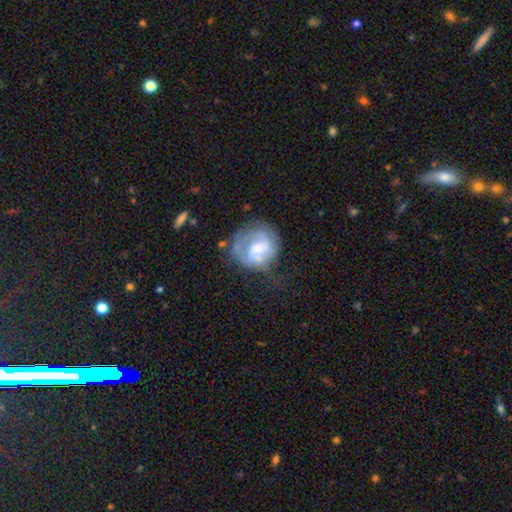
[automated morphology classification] This is likely a featured or disk galaxy (68%). It is clearly not viewed edge-on (98%). Bar: possibly no (54%). Spiral arm pattern: likely yes (80%). Spiral arm count: possibly 2 (47%). Spiral winding: possibly tight (47%). Central bulge: possibly small (46%). Merging: possibly none (49%).